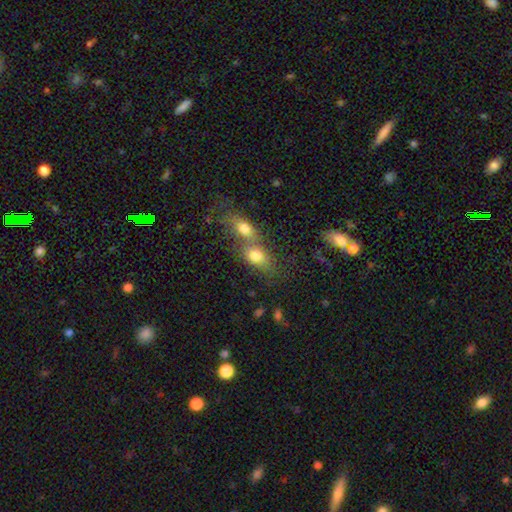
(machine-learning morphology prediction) This appears to be a smooth galaxy with no disk features (76%) that is in between round and cigar-shaped (73%). Merging: merger (64%).